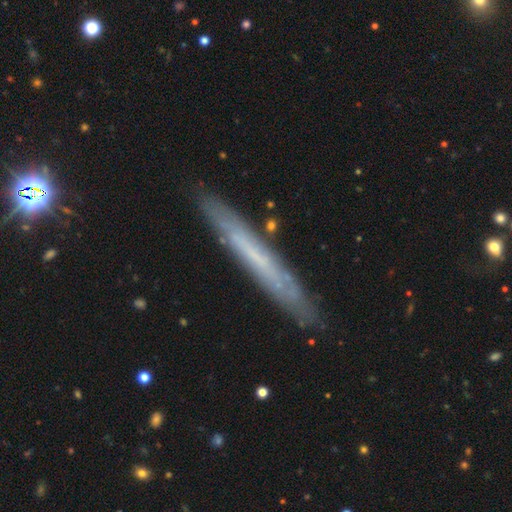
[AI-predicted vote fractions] Smooth or featured? featured or disk (53%)
Edge-on disk? yes (83%)
Merging? none (86%)